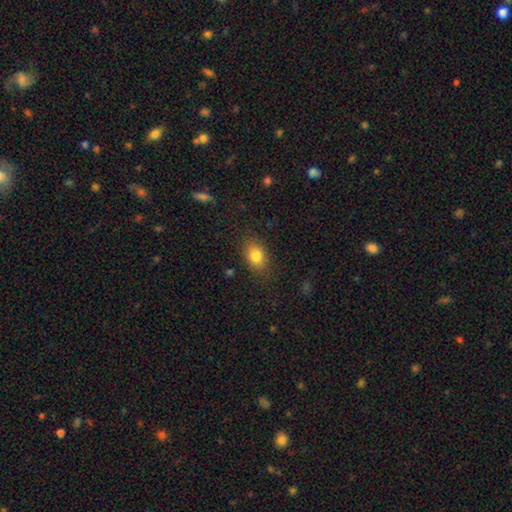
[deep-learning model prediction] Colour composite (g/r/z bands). It shows a smooth galaxy with no disk features (82%) that is in between round and cigar-shaped (76%). Merging: none (82%).